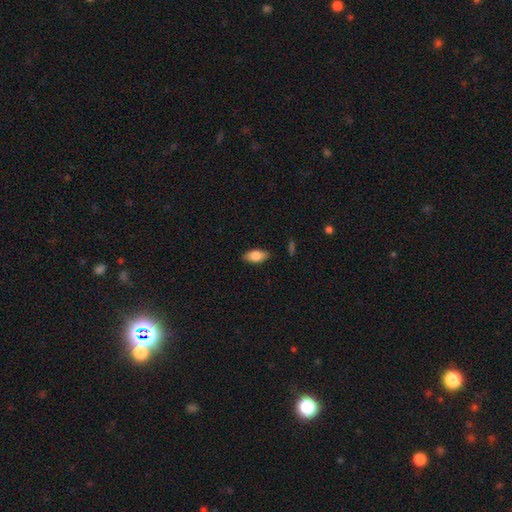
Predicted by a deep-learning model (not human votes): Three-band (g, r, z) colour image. It shows a smooth galaxy with no disk features (83%) that is in between round and cigar-shaped (90%). Merging: none (87%).